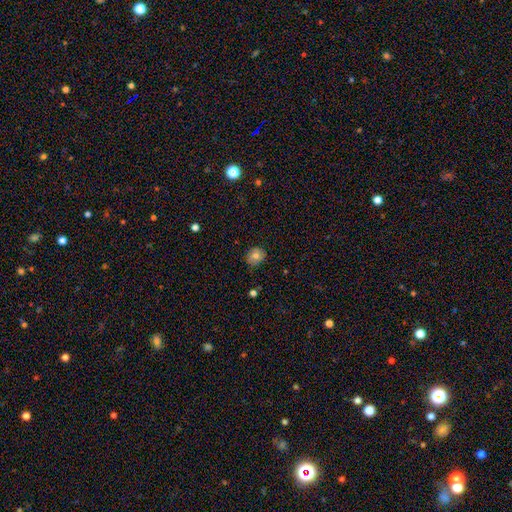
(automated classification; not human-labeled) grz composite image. It shows a smooth galaxy with no disk features (73%) that is round (69%). Merging: none (76%).